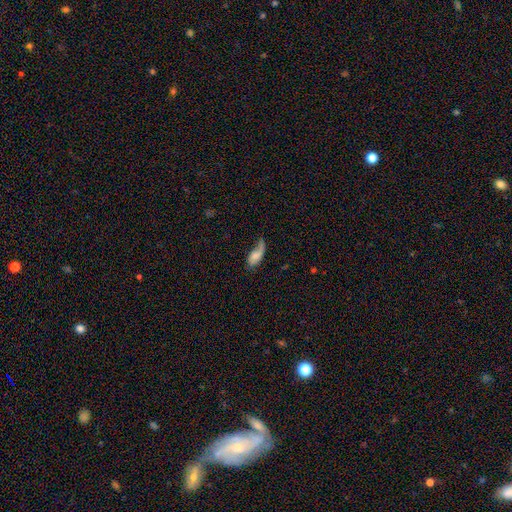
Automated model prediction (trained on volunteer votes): smooth-or-featured: smooth: 50% | featured or disk: 43% | star or artifact: 8%
  merging: none: 36% | minor disturbance: 32% | major disturbance: 28% | merger: 4%